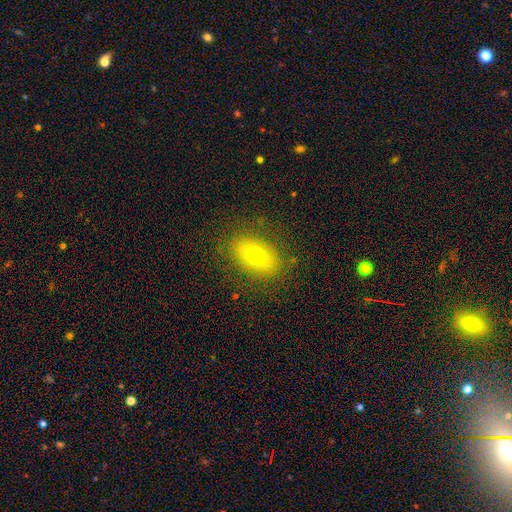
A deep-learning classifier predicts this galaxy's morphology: smooth 67%, featured or disk 21%, star or artifact 13%. Down the decision tree: how rounded — in between (78%); merging — none (82%).